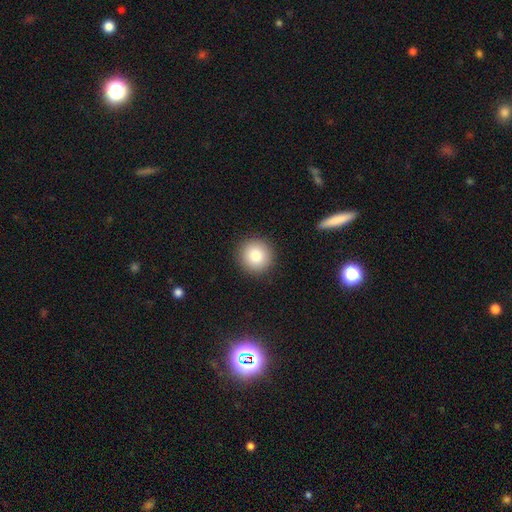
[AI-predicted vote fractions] The model was most divided on "smooth or featured": smooth: 86%, star or artifact: 9%, featured or disk: 6%. More confident: how rounded — round (95%); merging — none (92%).